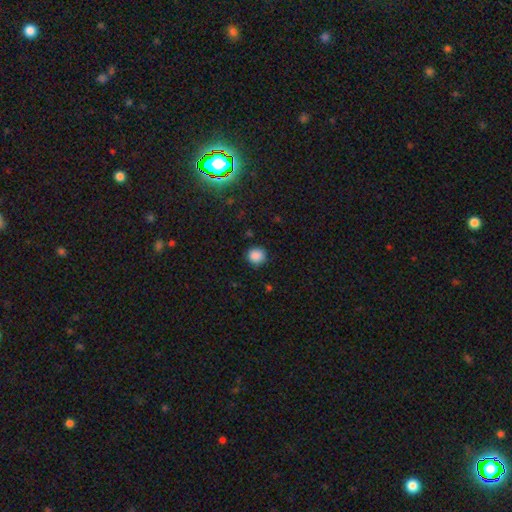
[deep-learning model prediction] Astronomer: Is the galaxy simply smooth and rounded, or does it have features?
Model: smooth — 87%.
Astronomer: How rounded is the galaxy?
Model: round — 91%.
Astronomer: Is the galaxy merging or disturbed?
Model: none — 87%.